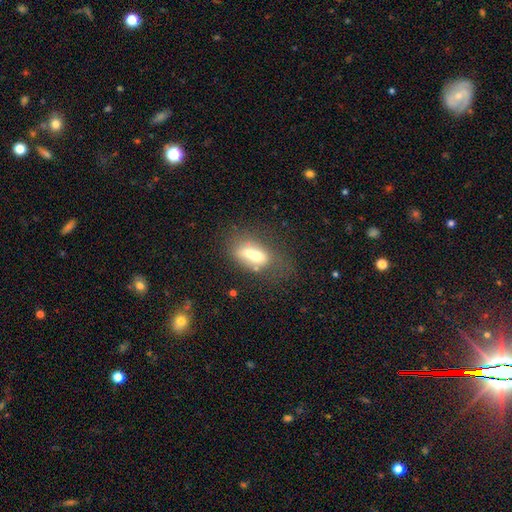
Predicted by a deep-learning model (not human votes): Morphology: type=smooth (55%); roundness=in between (72%); merging=merger (53%).